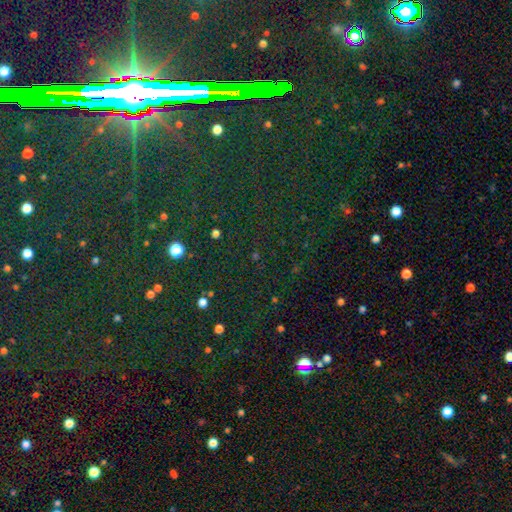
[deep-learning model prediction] smooth-or-featured: star or artifact: 74% | smooth: 18% | featured or disk: 8%